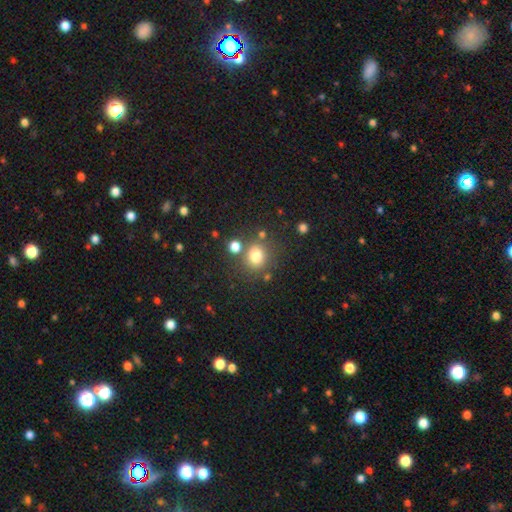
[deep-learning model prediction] Smooth or featured? Predicted: smooth (p=0.77). How rounded? Predicted: round (p=0.78). Merging? Predicted: none (p=0.73).